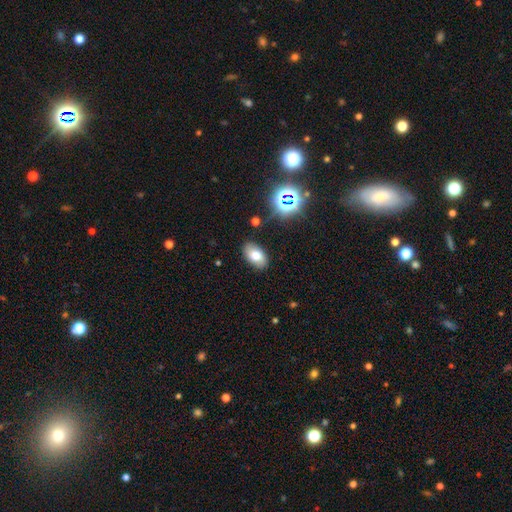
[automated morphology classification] This is likely a smooth galaxy (70%). How rounded: clearly in between (92%). Merging: clearly none (85%).